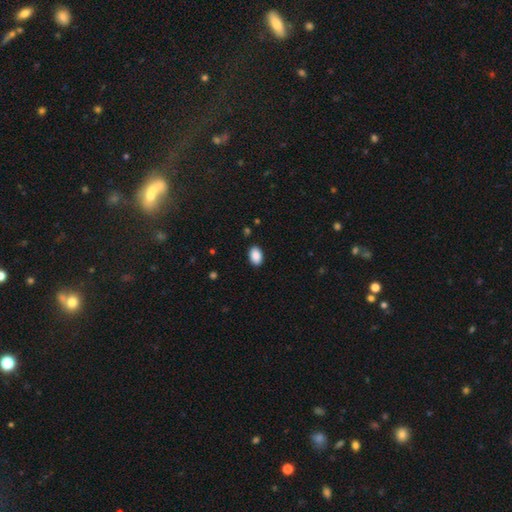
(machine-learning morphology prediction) smooth 90%, star or artifact 7%, featured or disk 3%. Down the decision tree: how rounded — in between (90%); merging — none (89%).